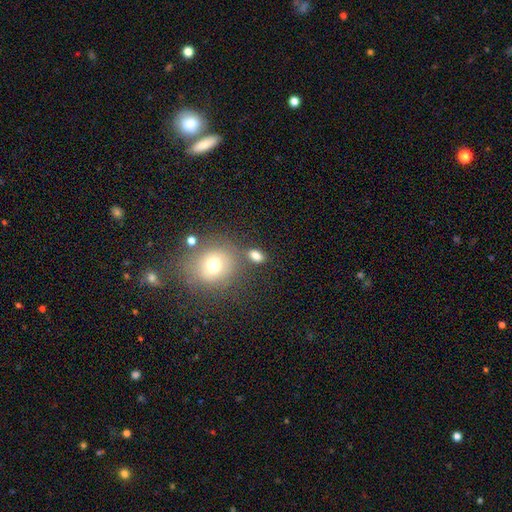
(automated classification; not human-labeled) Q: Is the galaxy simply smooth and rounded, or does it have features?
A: smooth — 80%.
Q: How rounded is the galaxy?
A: in between — 74%.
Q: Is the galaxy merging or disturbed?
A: none — 69%.